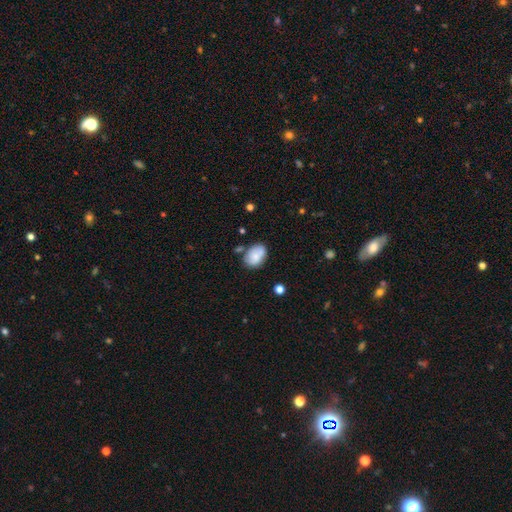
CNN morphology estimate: The model was most divided on "merging": none: 59%, minor disturbance: 23%, merger: 12%, major disturbance: 6%. More confident: how rounded — in between (78%); smooth or featured — smooth (71%).